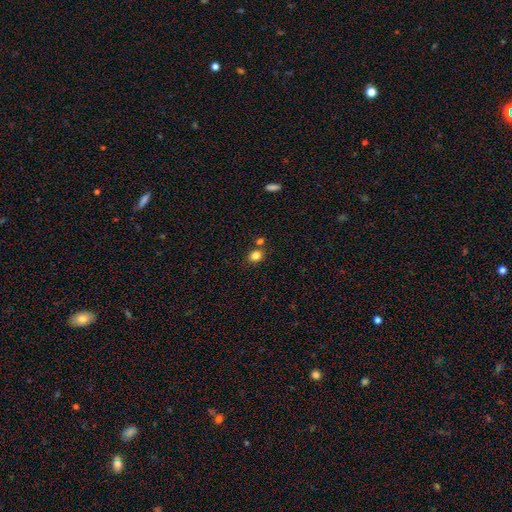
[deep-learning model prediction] Smooth or featured? smooth (83%)
How rounded? round (56%)
Merging? none (72%)